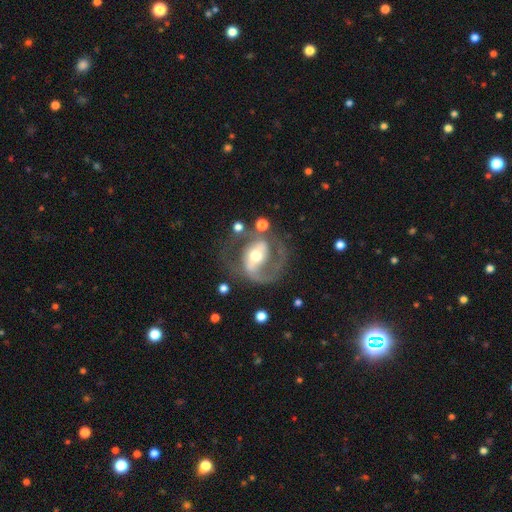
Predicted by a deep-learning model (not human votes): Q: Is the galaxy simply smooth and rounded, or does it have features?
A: featured or disk — 80%.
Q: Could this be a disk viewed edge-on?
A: no — 96%.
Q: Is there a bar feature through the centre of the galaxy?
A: strong — 42%.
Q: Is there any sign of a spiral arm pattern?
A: yes — 75%.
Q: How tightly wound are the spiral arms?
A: medium — 50%.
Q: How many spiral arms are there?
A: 2 — 75%.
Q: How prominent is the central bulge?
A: moderate — 69%.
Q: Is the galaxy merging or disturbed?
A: none — 57%.